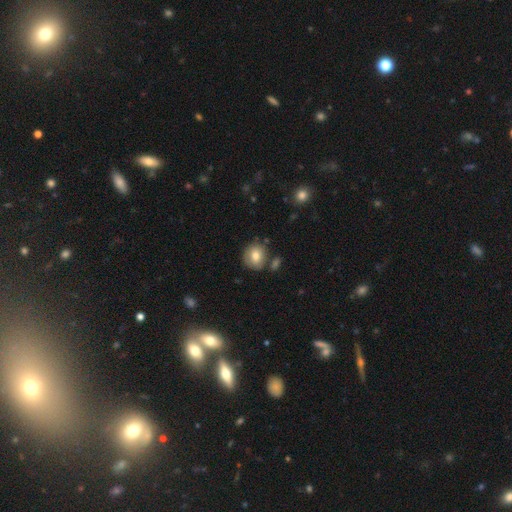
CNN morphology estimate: A smooth galaxy with no disk features (76%) that is round (77%).

Vote fractions:
- Smooth or featured? smooth: 76% / featured or disk: 15% / star or artifact: 9%
- How rounded? round: 77% / in between: 22% / cigar-shaped: 1%
- Merging? none: 73% / minor disturbance: 15% / merger: 9% / major disturbance: 4%